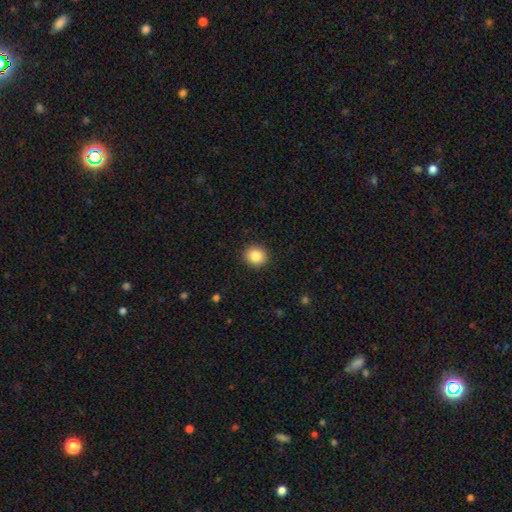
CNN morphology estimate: Q: Smooth or featured?
A: smooth (85%); runner-up: star or artifact (9%)
Q: How rounded?
A: round (87%); runner-up: in between (12%)
Q: Merging?
A: none (91%); runner-up: minor disturbance (6%)